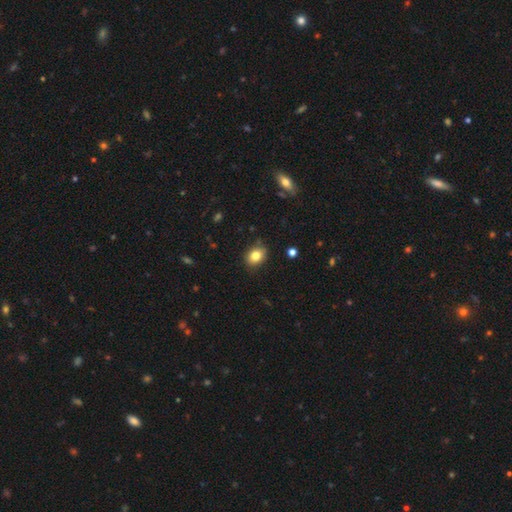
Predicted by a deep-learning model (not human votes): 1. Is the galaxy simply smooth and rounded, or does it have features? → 81% smooth, 10% star or artifact, 9% featured or disk.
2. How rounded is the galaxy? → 56% in between, 43% round, 1% cigar-shaped.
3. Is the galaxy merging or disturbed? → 83% none, 13% minor disturbance, 2% major disturbance, 1% merger.